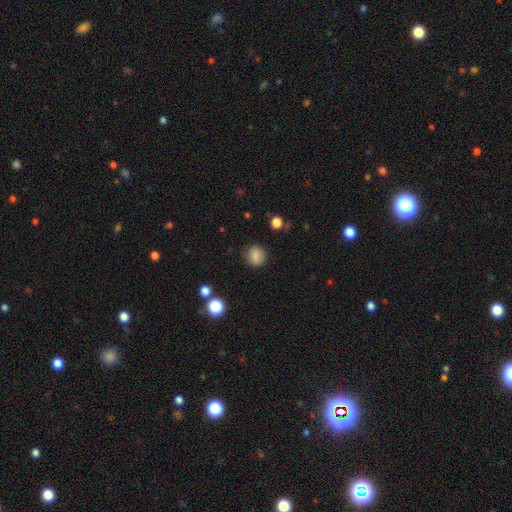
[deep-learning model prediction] smooth_or_featured: smooth (p=0.80) [alt: star or artifact p=0.10]
how_rounded: round (p=0.80) [alt: in between p=0.19]
merging: none (p=0.86) [alt: minor disturbance p=0.10]